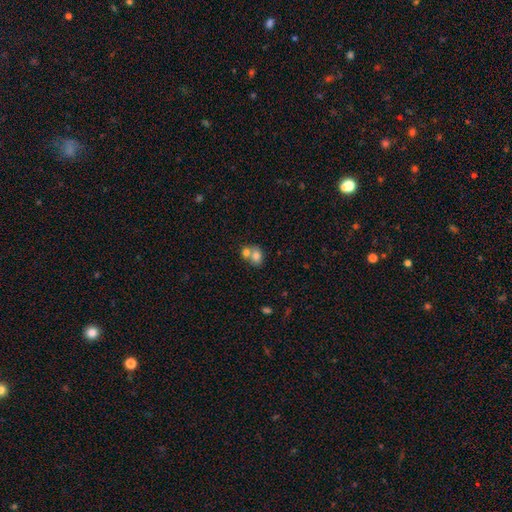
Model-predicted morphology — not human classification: The model was most divided on "how rounded": in between: 57%, round: 42%, cigar-shaped: 1%. More confident: smooth or featured — smooth (77%); merging — merger (58%).